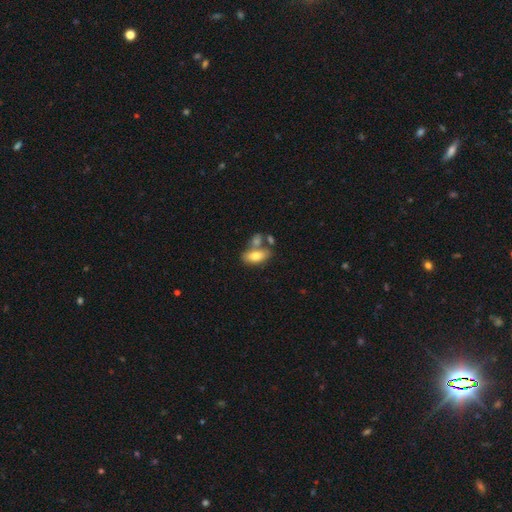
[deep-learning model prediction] smooth-or-featured: smooth: 75% | featured or disk: 18% | star or artifact: 7%
  how-rounded: in between: 90% | cigar-shaped: 5% | round: 4%
  merging: none: 49% | merger: 32% | minor disturbance: 14% | major disturbance: 5%